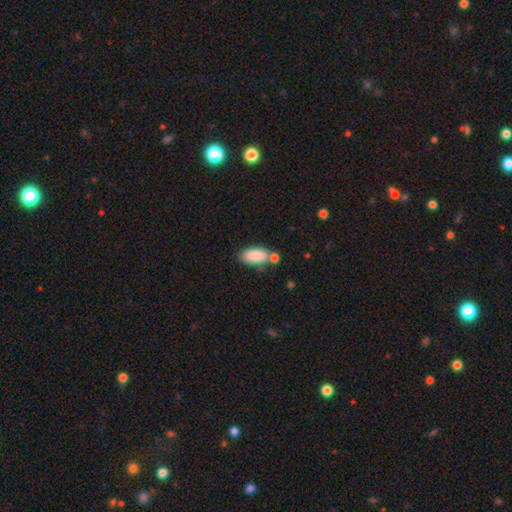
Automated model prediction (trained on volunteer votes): smooth_or_featured: smooth (p=0.87) [alt: star or artifact p=0.07]
how_rounded: in between (p=0.91) [alt: cigar-shaped p=0.06]
merging: none (p=0.60) [alt: merger p=0.20]